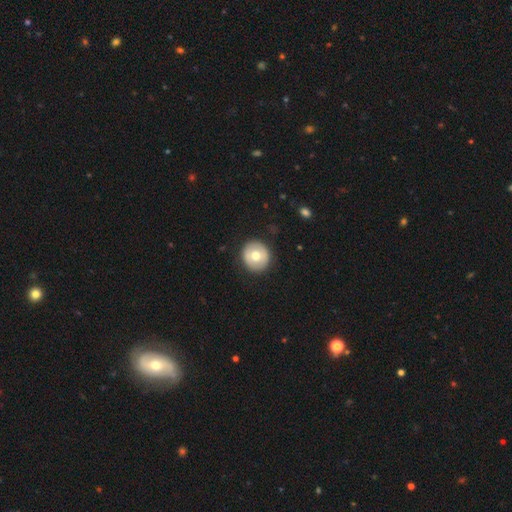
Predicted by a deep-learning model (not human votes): Smooth or featured? Predicted: smooth (p=0.65). How rounded? Predicted: round (p=0.93). Merging? Predicted: none (p=0.90).